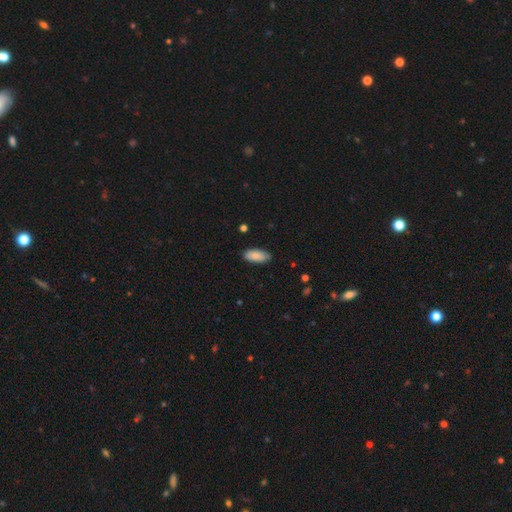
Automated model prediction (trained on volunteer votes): smooth_or_featured: smooth (p=0.88) [alt: star or artifact p=0.06]
how_rounded: in between (p=0.87) [alt: cigar-shaped p=0.11]
merging: none (p=0.84) [alt: minor disturbance p=0.12]